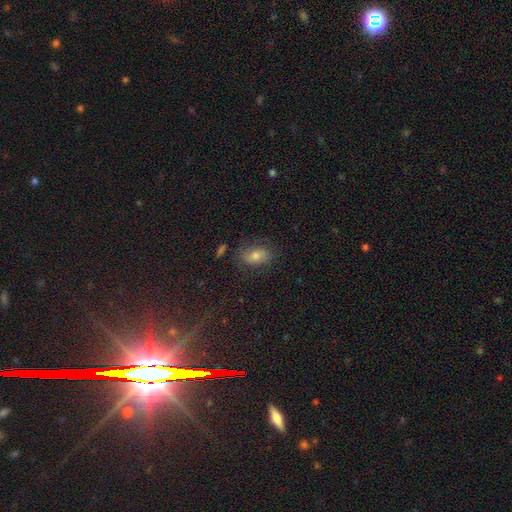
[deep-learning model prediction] Morphology: type=smooth (50%); roundness=in between (83%); merging=none (75%).